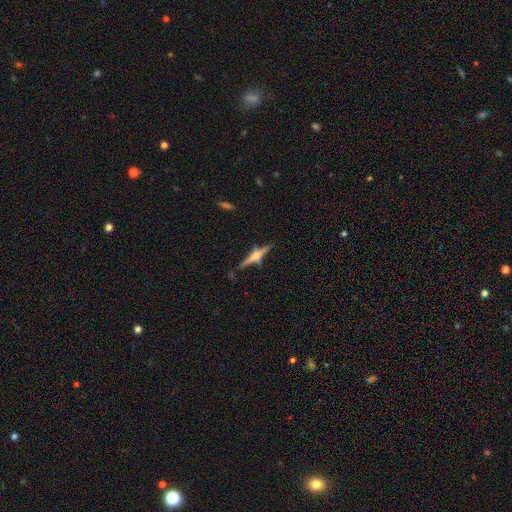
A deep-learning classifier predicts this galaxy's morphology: smooth-or-featured: featured or disk: 74% | smooth: 18% | star or artifact: 8%
  disk-edge-on: yes: 97% | no: 3%
    edge-on-bulge: rounded: 85% | boxy: 10% | none: 5%
  merging: none: 81% | minor disturbance: 12% | major disturbance: 3% | merger: 3%